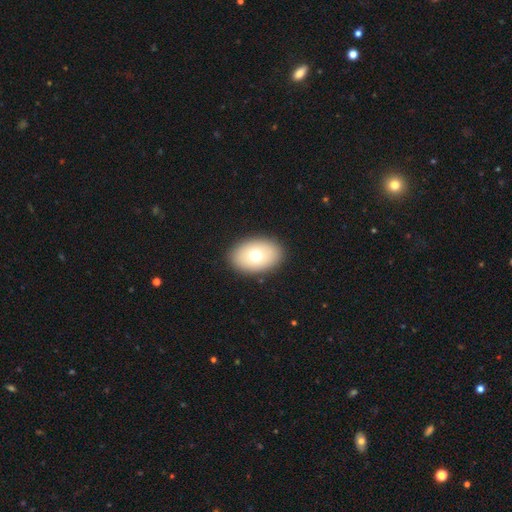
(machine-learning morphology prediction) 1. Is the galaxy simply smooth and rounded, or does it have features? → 72% smooth, 19% featured or disk, 9% star or artifact.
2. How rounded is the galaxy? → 82% in between, 16% round, 1% cigar-shaped.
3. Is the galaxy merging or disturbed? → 89% none, 7% minor disturbance, 2% major disturbance, 1% merger.